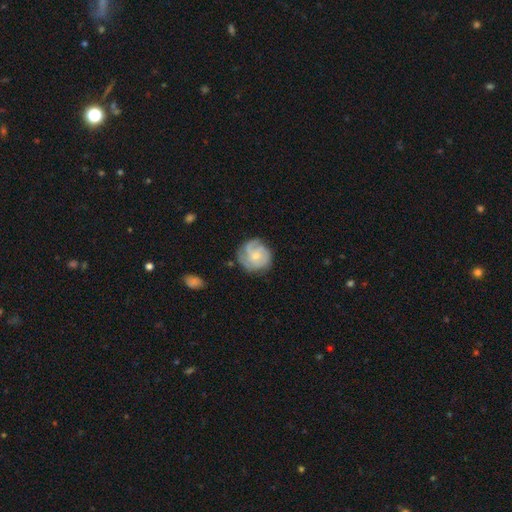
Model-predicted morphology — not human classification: Smooth or featured?
  - featured or disk: 68% *
  - smooth: 25%
  - star or artifact: 6%
Edge-on disk?
  - no: 98% *
  - yes: 2%
Bar?
  - no: 74% *
  - weak: 23%
  - strong: 3%
Spiral arms?
  - yes: 89% *
  - no: 11%
Spiral winding?
  - tight: 53% *
  - medium: 35%
  - loose: 12%
Spiral arm count?
  - 3: 36% *
  - can't tell: 28%
  - 2: 15%
  - 4: 11%
  - 1: 6%
  - more than 4: 5%
Bulge size?
  - small: 51% *
  - moderate: 40%
  - none: 6%
  - large: 3%
  - dominant: 1%
Merging?
  - none: 68% *
  - minor disturbance: 21%
  - major disturbance: 9%
  - merger: 2%